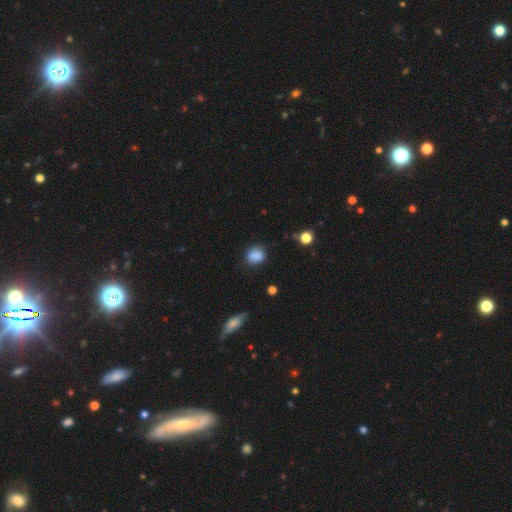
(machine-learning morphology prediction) smooth-or-featured: smooth: 86% | star or artifact: 9% | featured or disk: 5%
  how-rounded: round: 62% | in between: 36% | cigar-shaped: 1%
  merging: none: 77% | minor disturbance: 17% | major disturbance: 4% | merger: 2%